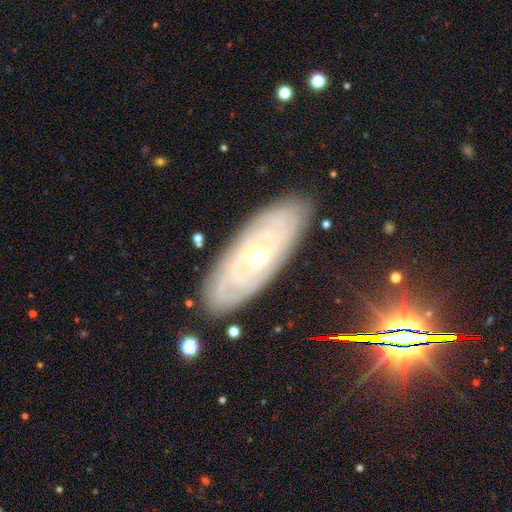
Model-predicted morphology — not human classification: smooth_or_featured: featured or disk (p=0.83) [alt: smooth p=0.10]
disk_edge_on: no (p=0.87) [alt: yes p=0.13]
bar: no (p=0.58) [alt: weak p=0.32]
has_spiral_arms: yes (p=0.91) [alt: no p=0.09]
spiral_winding: tight (p=0.81) [alt: medium p=0.15]
spiral_arm_count: can't tell (p=0.55) [alt: 2 p=0.14]
bulge_size: small (p=0.49) [alt: moderate p=0.48]
merging: none (p=0.85) [alt: minor disturbance p=0.11]